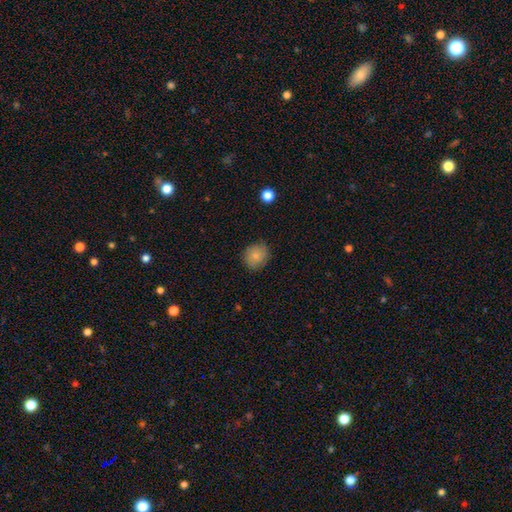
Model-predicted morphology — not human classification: Q: Smooth or featured?
A: smooth (82%); runner-up: featured or disk (9%)
Q: How rounded?
A: round (73%); runner-up: in between (26%)
Q: Merging?
A: none (83%); runner-up: minor disturbance (13%)